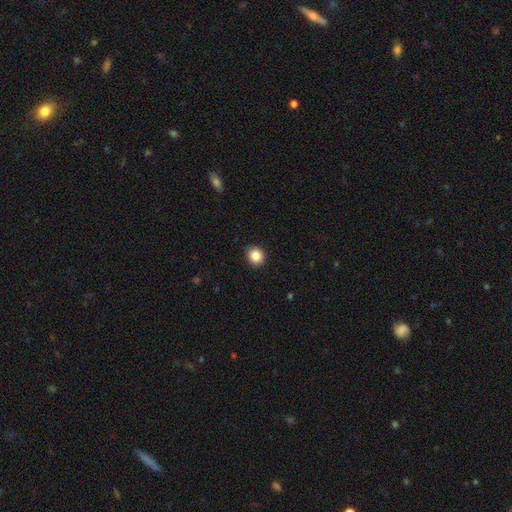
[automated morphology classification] Smooth or featured?
  - smooth: 85% *
  - star or artifact: 10%
  - featured or disk: 5%
How rounded?
  - round: 84% *
  - in between: 15%
  - cigar-shaped: 1%
Merging?
  - none: 91% *
  - minor disturbance: 6%
  - major disturbance: 2%
  - merger: 1%